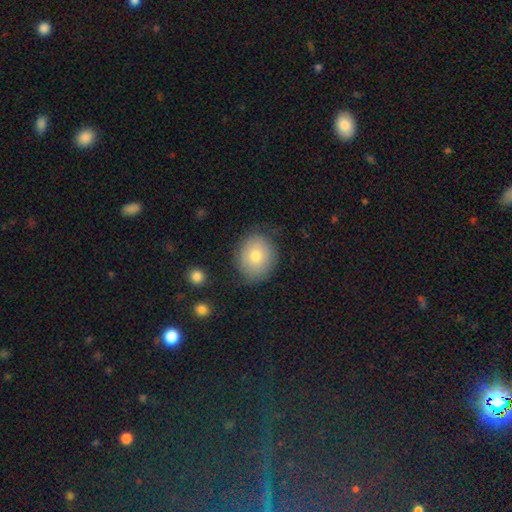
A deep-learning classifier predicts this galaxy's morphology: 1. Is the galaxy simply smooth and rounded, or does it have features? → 76% smooth, 15% featured or disk, 9% star or artifact.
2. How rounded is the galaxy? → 63% round, 36% in between, 1% cigar-shaped.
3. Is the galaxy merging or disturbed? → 80% none, 15% minor disturbance, 4% major disturbance, 1% merger.